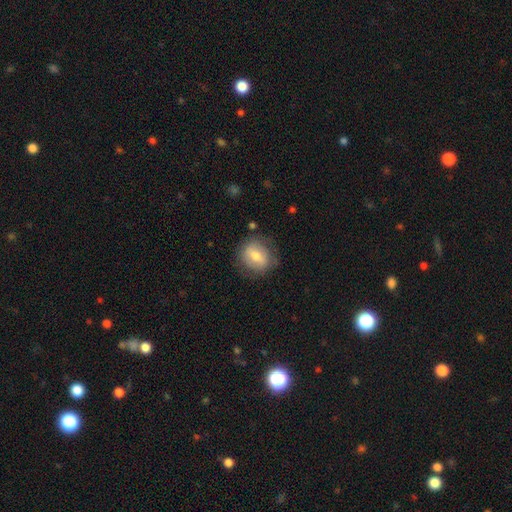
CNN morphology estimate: Smooth or featured?
  - smooth: 61% *
  - featured or disk: 31%
  - star or artifact: 7%
How rounded?
  - round: 65% *
  - in between: 33%
  - cigar-shaped: 2%
Merging?
  - none: 76% *
  - minor disturbance: 17%
  - major disturbance: 6%
  - merger: 1%